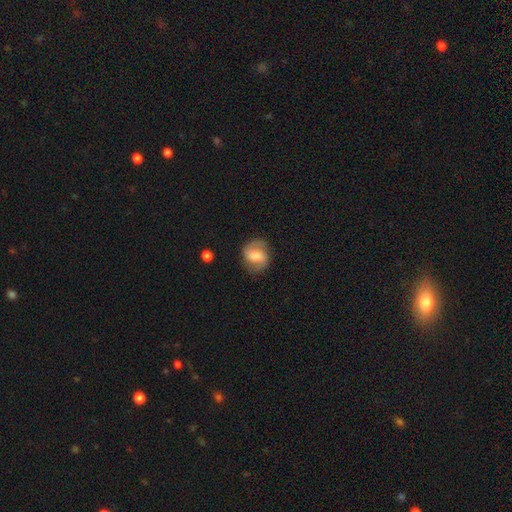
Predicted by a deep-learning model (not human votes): Smooth or featured? Predicted: featured or disk (p=0.62). Edge-on disk? Predicted: no (p=0.97). Bar? Predicted: weak (p=0.48). Spiral arms? Predicted: yes (p=0.90). Spiral winding? Predicted: medium (p=0.49). Spiral arm count? Predicted: 2 (p=0.89). Bulge size? Predicted: moderate (p=0.55). Merging? Predicted: none (p=0.78).